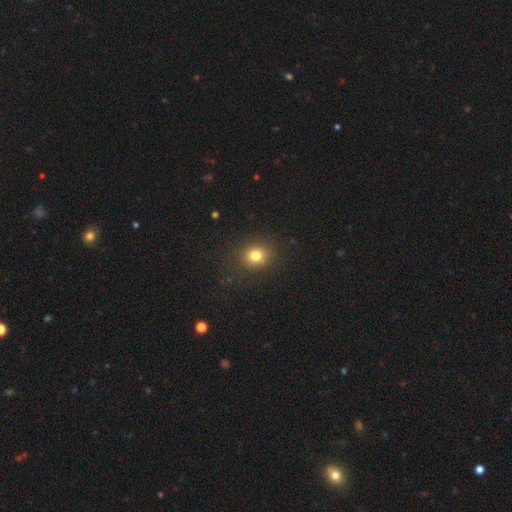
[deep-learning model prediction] Q: Smooth or featured?
A: smooth (79%); runner-up: star or artifact (14%)
Q: How rounded?
A: round (75%); runner-up: in between (24%)
Q: Merging?
A: none (87%); runner-up: minor disturbance (8%)